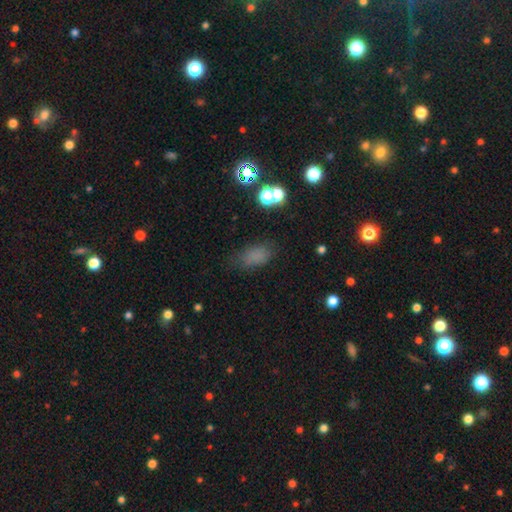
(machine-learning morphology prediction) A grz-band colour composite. It shows a smooth galaxy with no disk features (75%) that is in between round and cigar-shaped (84%). Merging: none (71%).